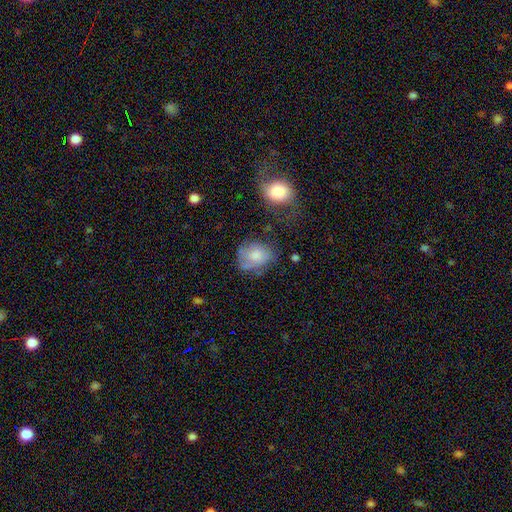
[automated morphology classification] Smooth or featured: smooth — 72% (featured or disk — 20%)
How rounded: round — 54% (in between — 45%)
Merging: none — 48% (minor disturbance — 29%)